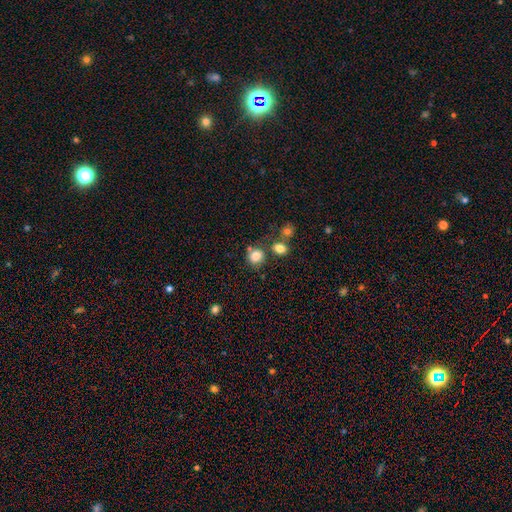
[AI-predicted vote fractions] smooth-or-featured: smooth: 82% | star or artifact: 11% | featured or disk: 6%
  how-rounded: round: 79% | in between: 20% | cigar-shaped: 1%
  merging: none: 65% | merger: 18% | minor disturbance: 12% | major disturbance: 5%